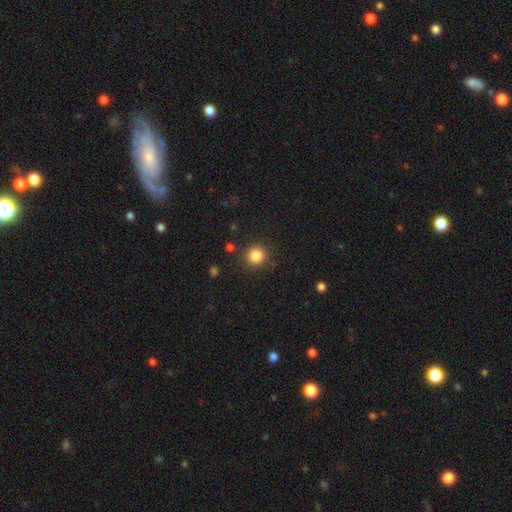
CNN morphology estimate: Q: Smooth or featured?
A: smooth (84%); runner-up: star or artifact (11%)
Q: How rounded?
A: round (93%); runner-up: in between (6%)
Q: Merging?
A: none (88%); runner-up: minor disturbance (7%)